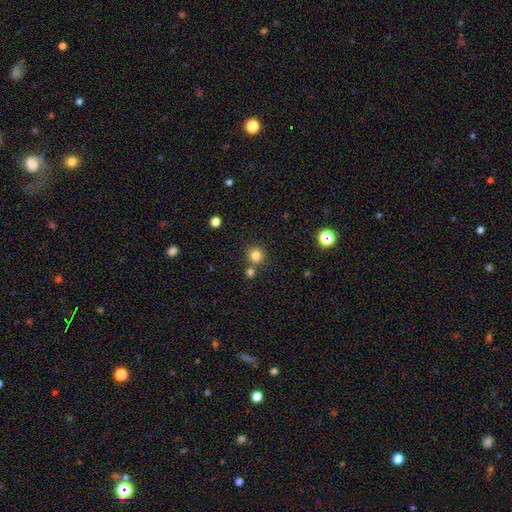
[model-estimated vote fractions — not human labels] A smooth galaxy with no disk features (81%) that is round (94%). Merging: none (78%).